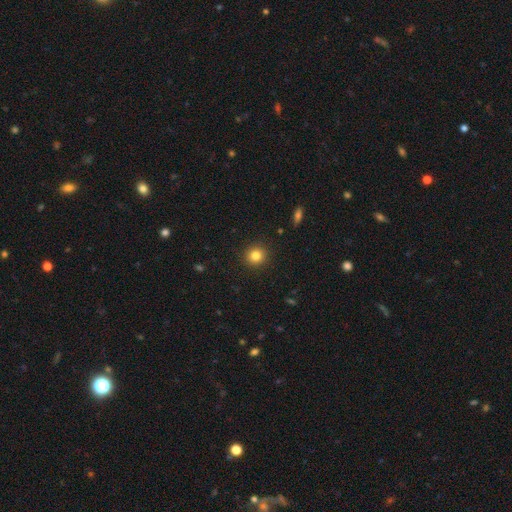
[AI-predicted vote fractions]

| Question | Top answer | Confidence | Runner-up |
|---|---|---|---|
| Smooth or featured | smooth | 82% | star or artifact (11%) |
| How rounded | round | 91% | in between (9%) |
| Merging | none | 91% | minor disturbance (6%) |